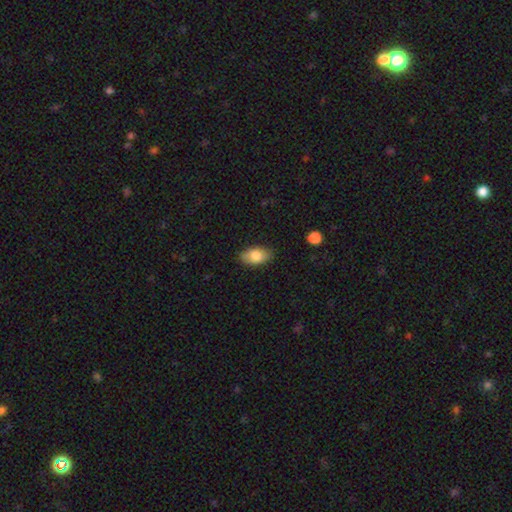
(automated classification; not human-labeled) smooth_or_featured: smooth (p=0.81) [alt: featured or disk p=0.12]
how_rounded: in between (p=0.92) [alt: round p=0.05]
merging: none (p=0.85) [alt: minor disturbance p=0.12]